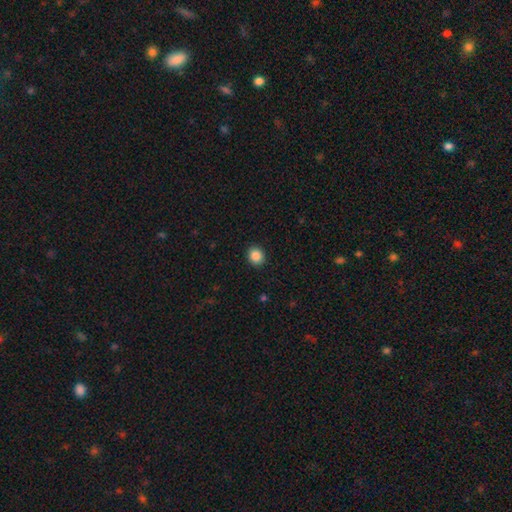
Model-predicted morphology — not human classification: Smooth or featured? Predicted: smooth (p=0.87). How rounded? Predicted: round (p=0.74). Merging? Predicted: none (p=0.92).